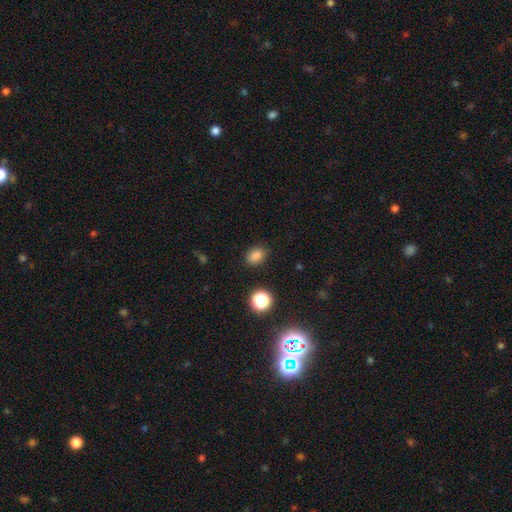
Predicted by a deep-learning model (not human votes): Smooth or featured? smooth (82%)
How rounded? in between (68%)
Merging? none (85%)